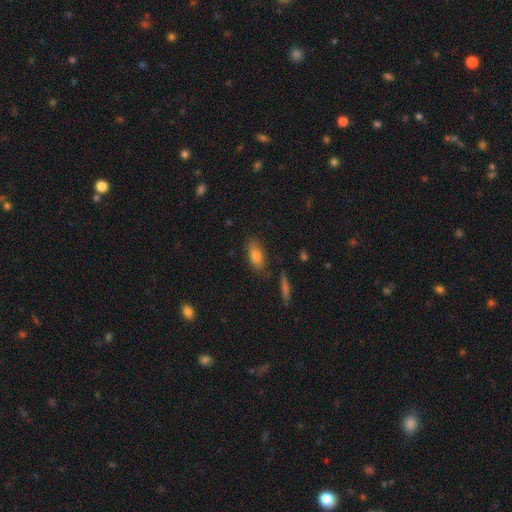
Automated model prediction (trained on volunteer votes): Q: Smooth or featured?
A: smooth (78%); runner-up: featured or disk (13%)
Q: How rounded?
A: in between (80%); runner-up: cigar-shaped (16%)
Q: Merging?
A: none (79%); runner-up: minor disturbance (15%)